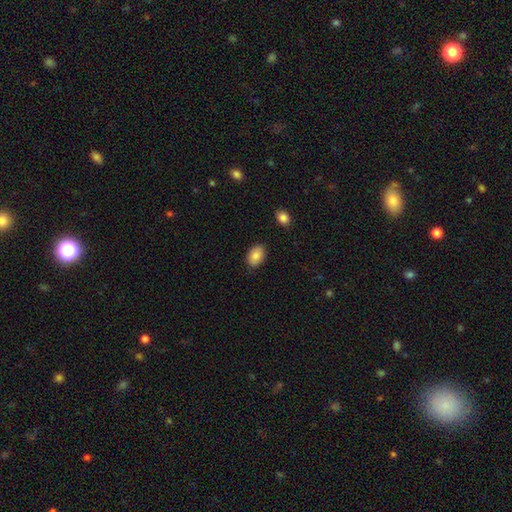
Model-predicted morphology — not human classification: type=smooth (86%); roundness=in between (85%); merging=none (86%).